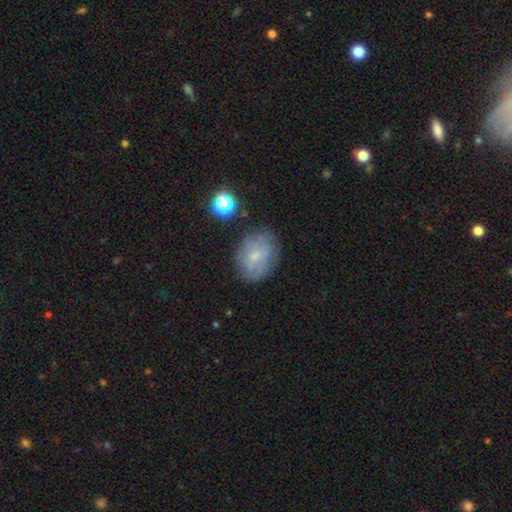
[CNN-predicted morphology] This appears to be a smooth galaxy with no disk features (50%) that is in between round and cigar-shaped (59%). Merging: none (70%).